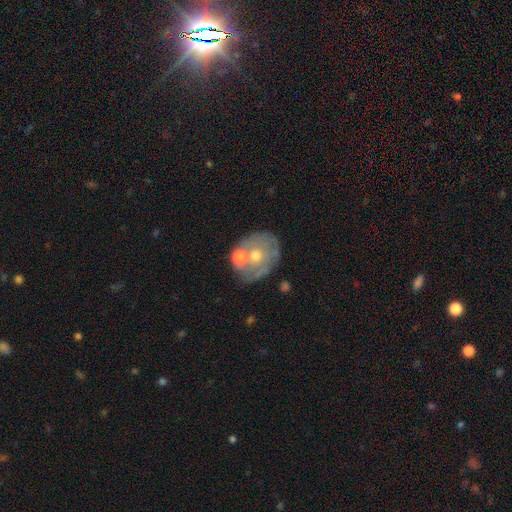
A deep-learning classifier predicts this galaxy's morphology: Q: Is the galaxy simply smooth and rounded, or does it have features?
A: featured or disk — 50%.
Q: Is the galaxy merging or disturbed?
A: none — 55%.